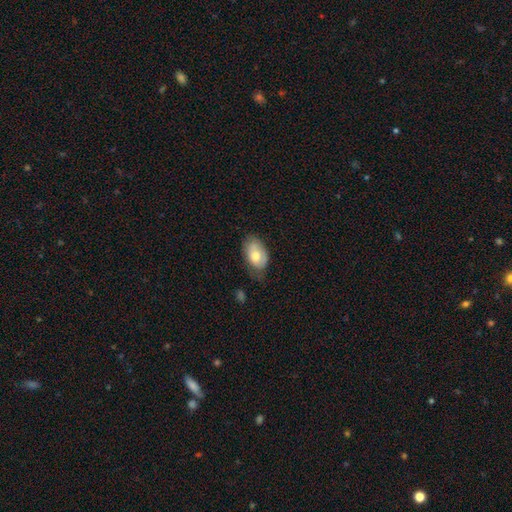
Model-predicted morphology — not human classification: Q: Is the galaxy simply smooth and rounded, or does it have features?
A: smooth — 71%.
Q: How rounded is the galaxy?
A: in between — 92%.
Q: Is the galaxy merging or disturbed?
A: none — 57%.